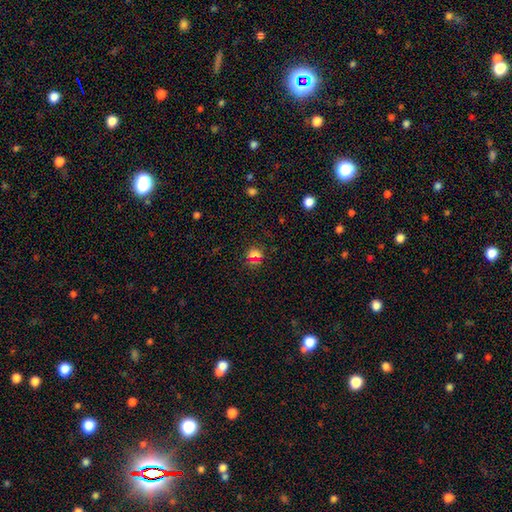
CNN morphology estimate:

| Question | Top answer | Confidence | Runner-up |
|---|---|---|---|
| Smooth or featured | smooth | 61% | star or artifact (32%) |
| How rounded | round | 82% | in between (16%) |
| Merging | none | 83% | minor disturbance (9%) |